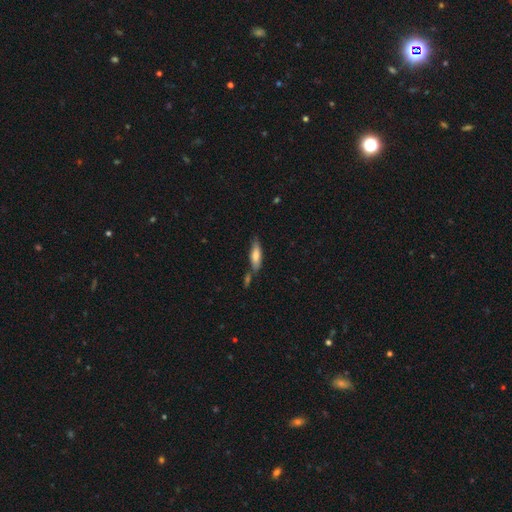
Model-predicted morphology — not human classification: Smooth or featured?
  - smooth: 74% *
  - featured or disk: 20%
  - star or artifact: 6%
How rounded?
  - cigar-shaped: 53% *
  - in between: 45%
  - round: 2%
Merging?
  - none: 64% *
  - minor disturbance: 16%
  - merger: 15%
  - major disturbance: 4%